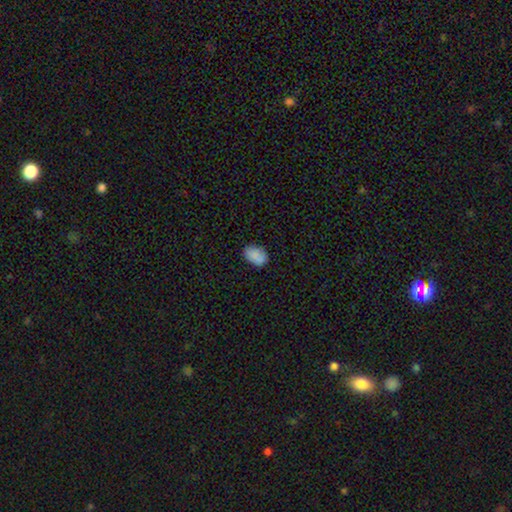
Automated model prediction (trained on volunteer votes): A smooth galaxy with no disk features (86%) that is in between round and cigar-shaped (82%). Merging: none (79%).